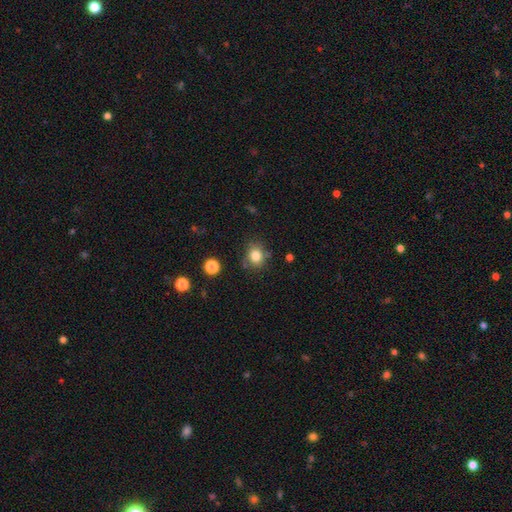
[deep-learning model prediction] Smooth or featured?
  - smooth: 82% *
  - star or artifact: 11%
  - featured or disk: 7%
How rounded?
  - round: 72% *
  - in between: 27%
  - cigar-shaped: 1%
Merging?
  - none: 75% *
  - minor disturbance: 16%
  - merger: 5%
  - major disturbance: 4%